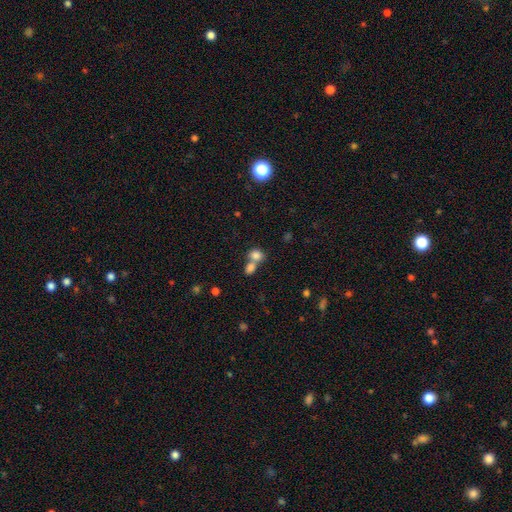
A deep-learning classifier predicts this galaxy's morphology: smooth_or_featured: smooth (p=0.80) [alt: star or artifact p=0.11]
how_rounded: in between (p=0.51) [alt: round p=0.47]
merging: merger (p=0.59) [alt: none p=0.30]